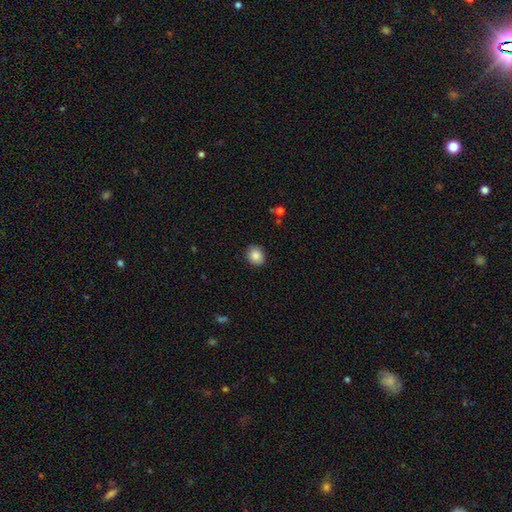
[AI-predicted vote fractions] Smooth or featured? Predicted: smooth (p=0.87). How rounded? Predicted: round (p=0.68). Merging? Predicted: none (p=0.88).